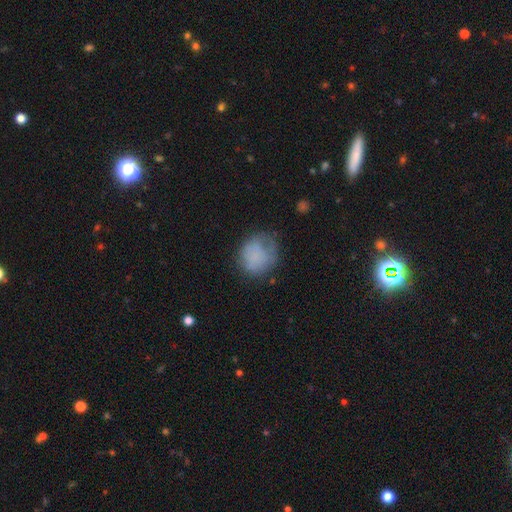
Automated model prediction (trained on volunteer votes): Morphology: type=smooth (72%); roundness=round (68%); merging=none (51%).